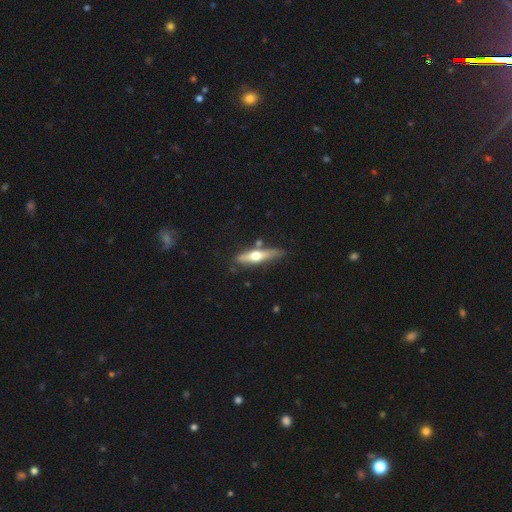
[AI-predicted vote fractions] featured or disk 55%, smooth 40%, star or artifact 5%. Down the decision tree: edge-on disk — yes (91%); merging — none (71%).